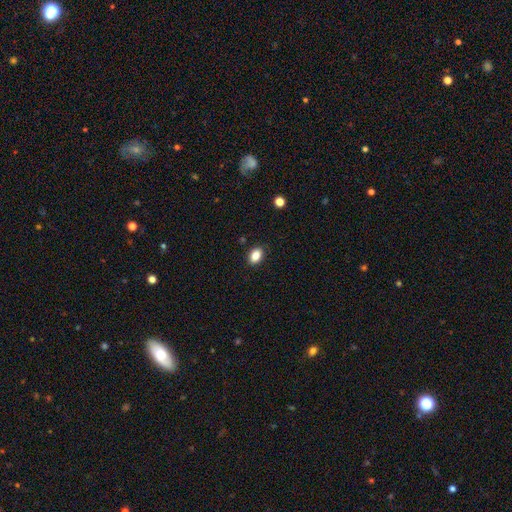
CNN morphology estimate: Q: Smooth or featured?
A: smooth (86%); runner-up: star or artifact (9%)
Q: How rounded?
A: in between (85%); runner-up: round (14%)
Q: Merging?
A: none (87%); runner-up: minor disturbance (10%)